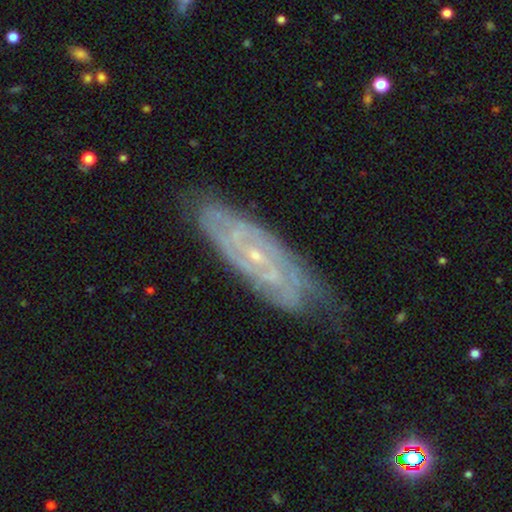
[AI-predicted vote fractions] featured or disk 83%, smooth 10%, star or artifact 7%. Down the decision tree: edge-on disk — no (86%); bar — no (64%); spiral arms — yes (94%); spiral arm count — can't tell (37%); spiral winding — tight (71%); bulge size — small (83%); merging — none (71%).